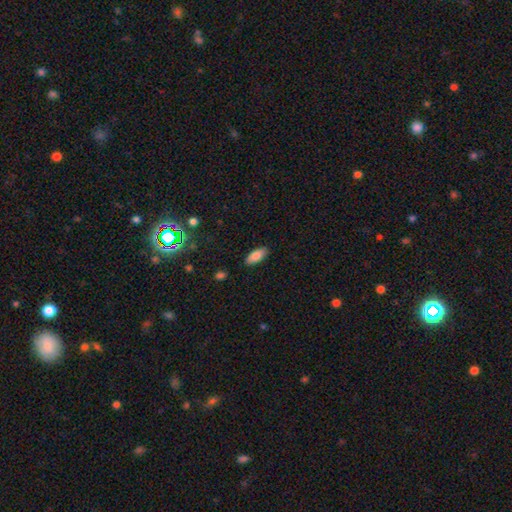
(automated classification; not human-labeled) This appears to be a smooth galaxy with no disk features (83%) that is in between round and cigar-shaped (83%). Merging: none (87%).